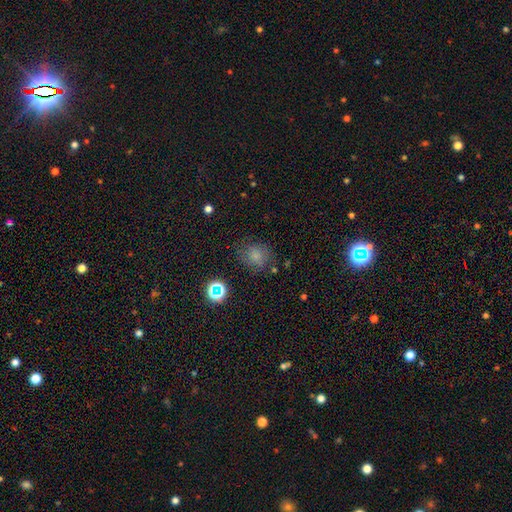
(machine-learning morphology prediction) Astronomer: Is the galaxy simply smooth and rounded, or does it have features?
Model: smooth — 74%.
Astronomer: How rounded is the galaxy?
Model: round — 71%.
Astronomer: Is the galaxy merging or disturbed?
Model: none — 69%.